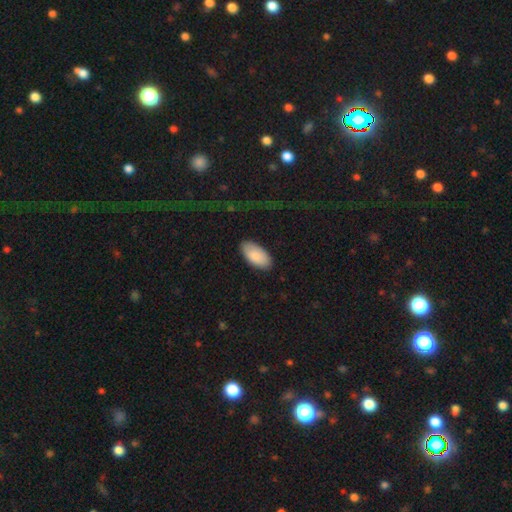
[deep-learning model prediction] A smooth galaxy with no disk features (88%) that is in between round and cigar-shaped (95%).

Vote fractions:
- Smooth or featured? smooth: 88% / featured or disk: 7% / star or artifact: 5%
- How rounded? in between: 95% / cigar-shaped: 3% / round: 2%
- Merging? none: 86% / minor disturbance: 11% / major disturbance: 2% / merger: 1%